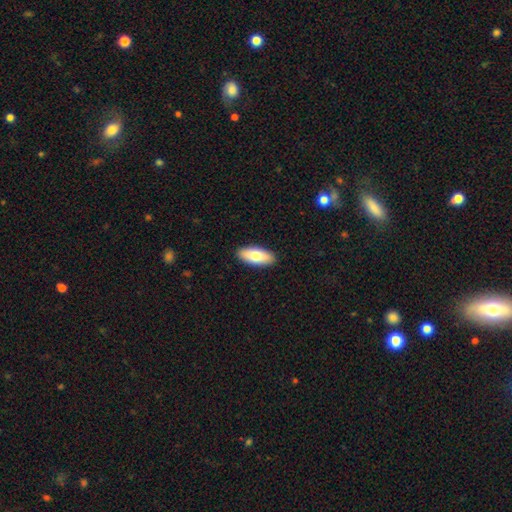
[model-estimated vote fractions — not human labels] smooth-or-featured: smooth: 76% | featured or disk: 19% | star or artifact: 6%
  how-rounded: in between: 85% | cigar-shaped: 13% | round: 2%
  merging: none: 91% | minor disturbance: 7% | major disturbance: 1% | merger: 1%